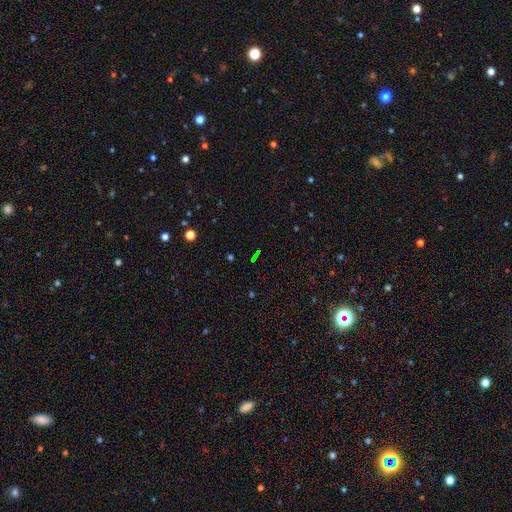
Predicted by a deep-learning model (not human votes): star or artifact 66%, smooth 21%, featured or disk 13%.